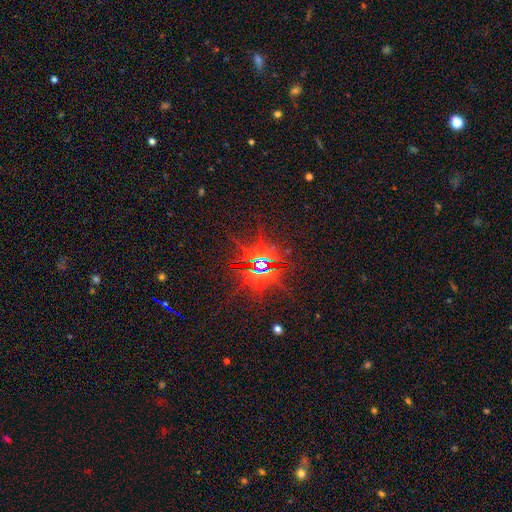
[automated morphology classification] Smooth or featured?
  - star or artifact: 85% *
  - featured or disk: 9%
  - smooth: 7%